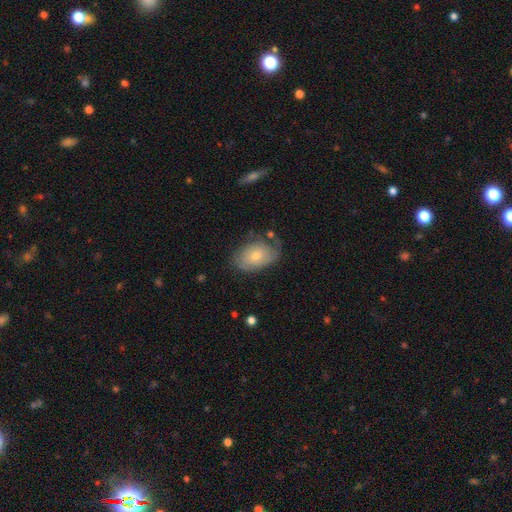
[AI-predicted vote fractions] smooth_or_featured: smooth (p=0.49) [alt: featured or disk p=0.43]
merging: none (p=0.59) [alt: minor disturbance p=0.27]